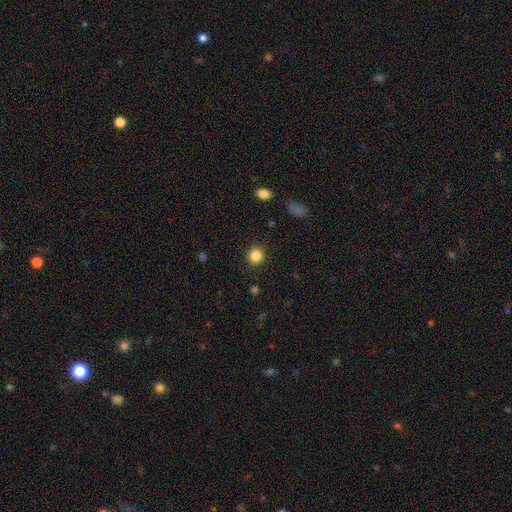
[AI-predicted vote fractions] This appears to be a smooth galaxy with no disk features (85%) that is round (90%). Merging: none (91%).